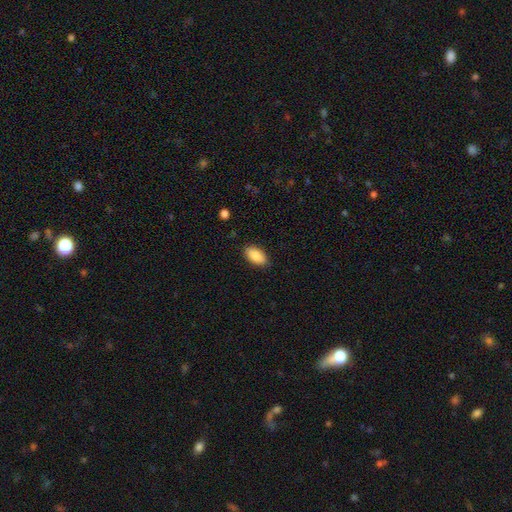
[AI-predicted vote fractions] smooth-or-featured: smooth: 88% | star or artifact: 7% | featured or disk: 5%
  how-rounded: in between: 93% | cigar-shaped: 4% | round: 3%
  merging: none: 86% | minor disturbance: 10% | major disturbance: 2% | merger: 1%